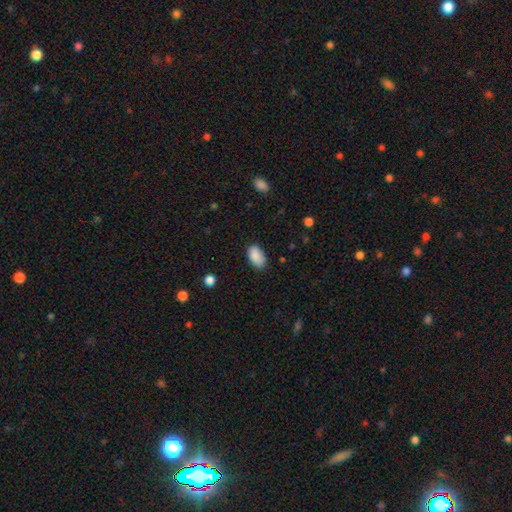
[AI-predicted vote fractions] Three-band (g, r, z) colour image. It shows a smooth galaxy with no disk features (89%) that is in between round and cigar-shaped (94%). Merging: none (79%).